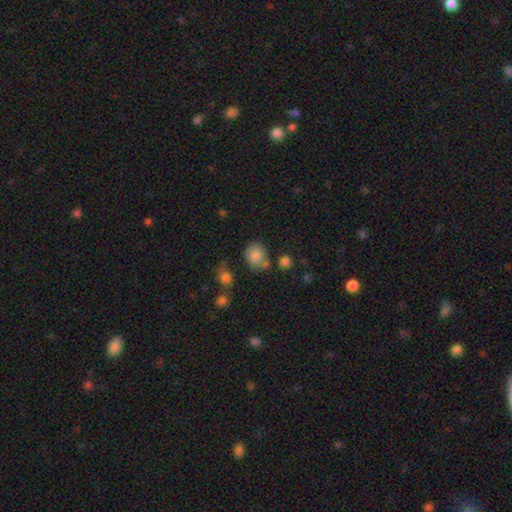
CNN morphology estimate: This appears to be a smooth galaxy with no disk features (82%) that is round (60%). Merging: none (61%).